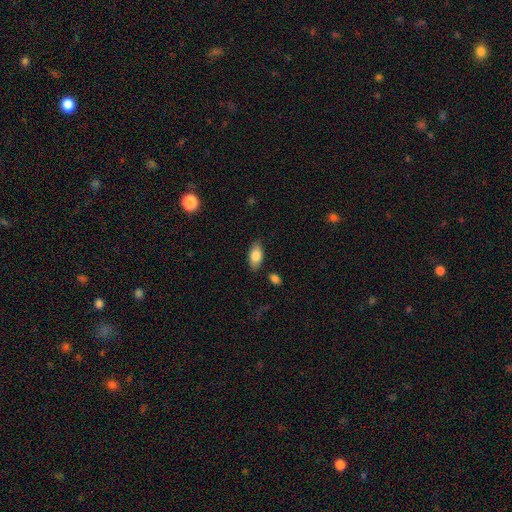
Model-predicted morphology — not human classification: This appears to be a smooth galaxy with no disk features (82%) that is in between round and cigar-shaped (92%). Merging: none (83%).